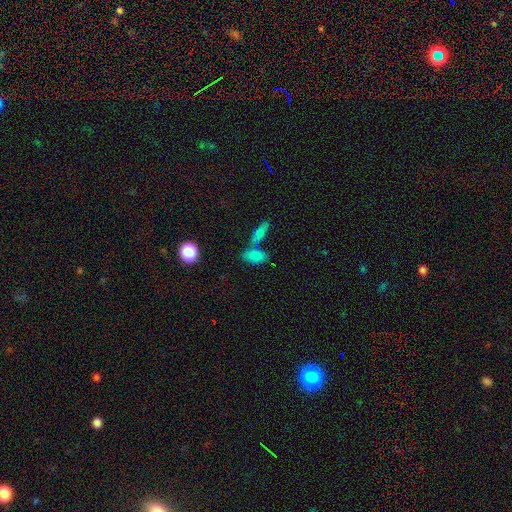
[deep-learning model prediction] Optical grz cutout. It shows a smooth galaxy with no disk features (77%) that is in between round and cigar-shaped (85%). Merging: none (51%).